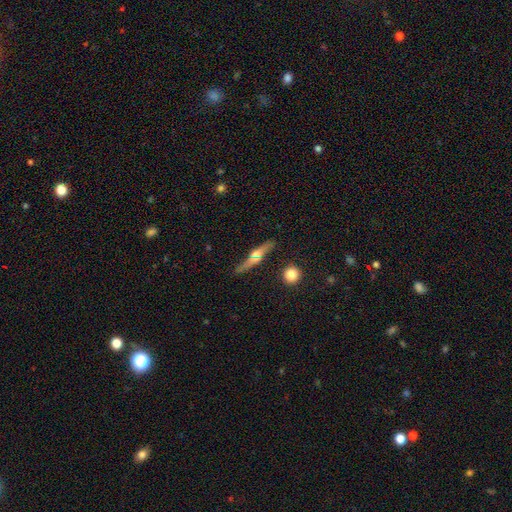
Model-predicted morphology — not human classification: Smooth or featured? featured or disk (56%)
Edge-on disk? yes (92%)
Edge-on bulge? rounded (80%)
Merging? none (83%)